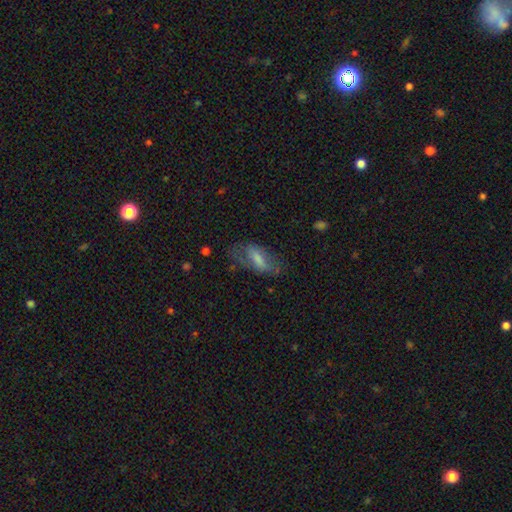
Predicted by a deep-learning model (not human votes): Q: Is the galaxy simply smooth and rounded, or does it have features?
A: smooth — 44%, tied with featured or disk.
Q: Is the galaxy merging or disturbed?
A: none — 61%.